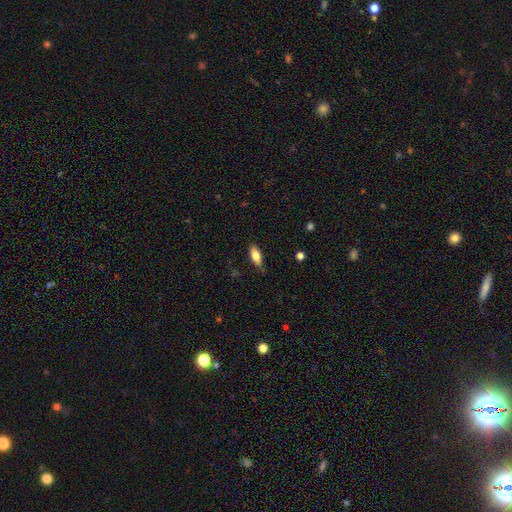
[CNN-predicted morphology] Smooth or featured? Predicted: smooth (p=0.74). How rounded? Predicted: in between (p=0.80). Merging? Predicted: none (p=0.79).